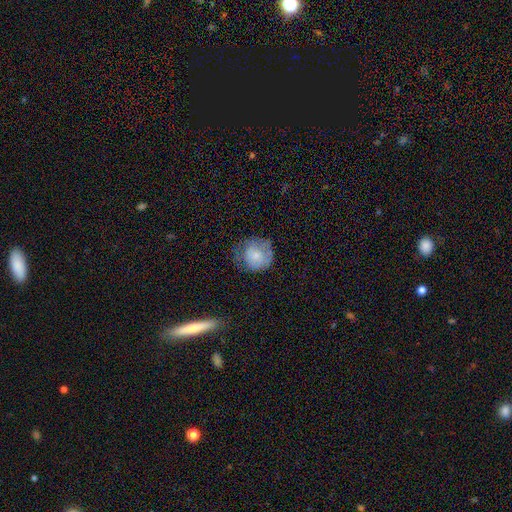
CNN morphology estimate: Smooth or featured?
  - smooth: 67% *
  - featured or disk: 26%
  - star or artifact: 7%
How rounded?
  - round: 85% *
  - in between: 14%
  - cigar-shaped: 1%
Merging?
  - none: 48% *
  - minor disturbance: 33%
  - major disturbance: 18%
  - merger: 2%